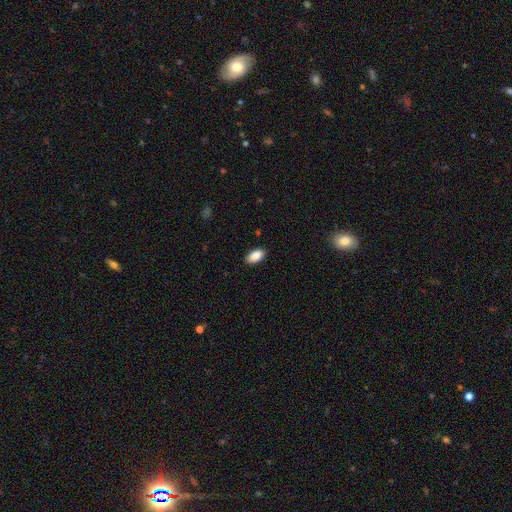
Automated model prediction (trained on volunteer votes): smooth_or_featured: smooth (p=0.89) [alt: star or artifact p=0.07]
how_rounded: in between (p=0.94) [alt: cigar-shaped p=0.03]
merging: none (p=0.88) [alt: minor disturbance p=0.09]